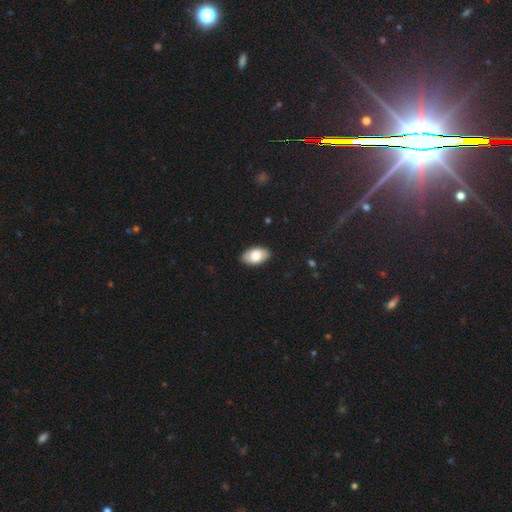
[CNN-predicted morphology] Smooth or featured?
  - smooth: 78% *
  - featured or disk: 16%
  - star or artifact: 6%
How rounded?
  - in between: 94% *
  - round: 4%
  - cigar-shaped: 2%
Merging?
  - none: 88% *
  - minor disturbance: 9%
  - major disturbance: 2%
  - merger: 1%